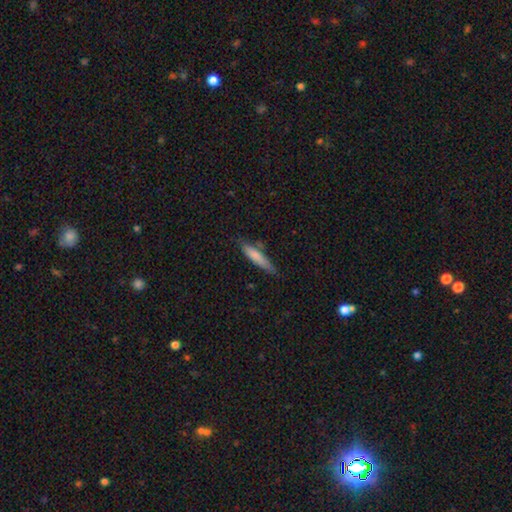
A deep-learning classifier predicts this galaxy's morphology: smooth_or_featured: smooth (p=0.77) [alt: featured or disk p=0.17]
how_rounded: cigar-shaped (p=0.83) [alt: in between p=0.15]
merging: none (p=0.74) [alt: minor disturbance p=0.19]